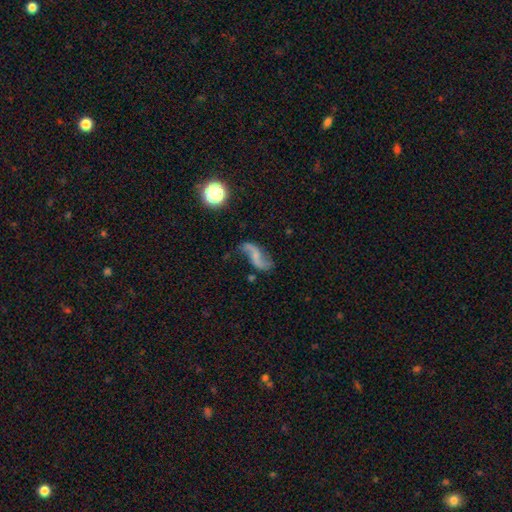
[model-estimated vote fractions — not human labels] Q: Smooth or featured?
A: featured or disk (79%); runner-up: smooth (12%)
Q: Edge-on disk?
A: no (96%); runner-up: yes (4%)
Q: Bar?
A: no (49%); runner-up: weak (36%)
Q: Spiral arms?
A: yes (94%); runner-up: no (6%)
Q: Spiral winding?
A: loose (90%); runner-up: medium (8%)
Q: Spiral arm count?
A: 2 (92%); runner-up: 1 (3%)
Q: Bulge size?
A: none (50%); runner-up: small (35%)
Q: Merging?
A: none (68%); runner-up: minor disturbance (17%)